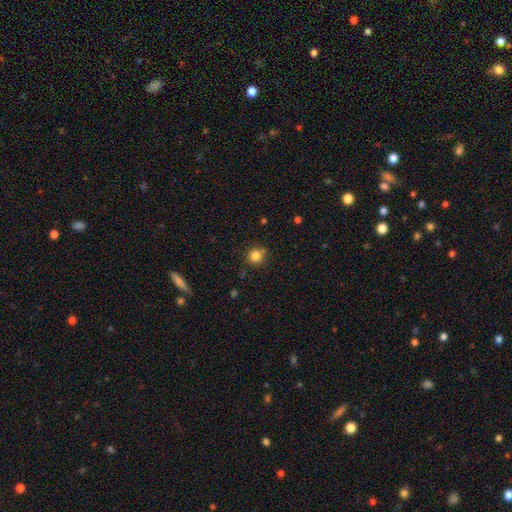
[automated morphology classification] type=smooth (82%); roundness=round (89%); merging=none (73%).